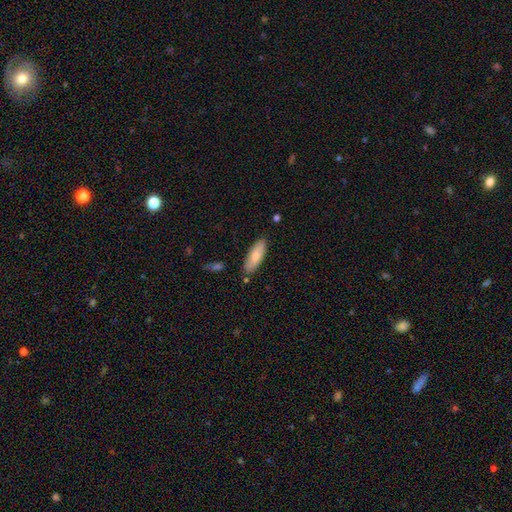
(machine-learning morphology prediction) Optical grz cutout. It shows a smooth galaxy with no disk features (77%) that is in between round and cigar-shaped (66%). Merging: none (83%).